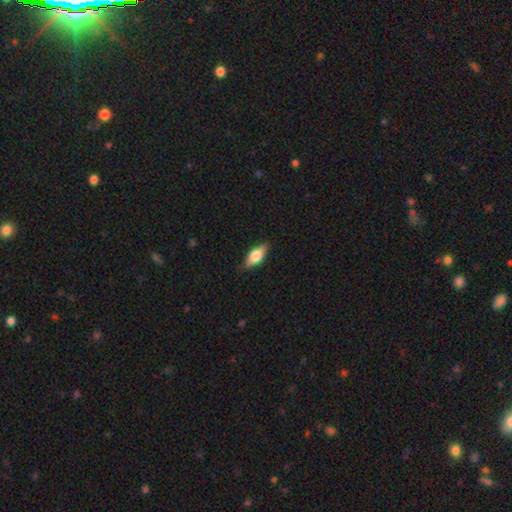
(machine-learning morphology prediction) Q: Smooth or featured?
A: smooth (61%); runner-up: featured or disk (32%)
Q: How rounded?
A: in between (76%); runner-up: cigar-shaped (20%)
Q: Merging?
A: none (85%); runner-up: minor disturbance (12%)